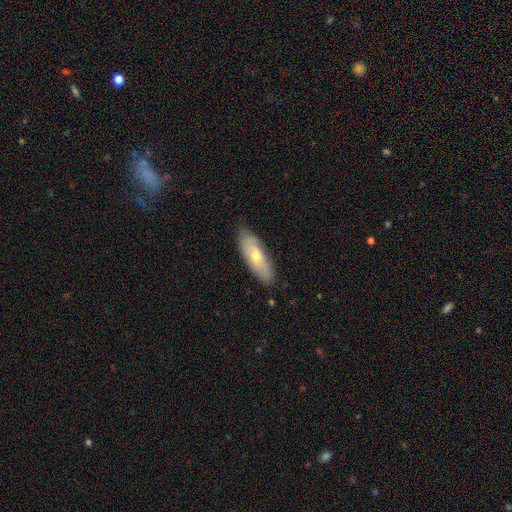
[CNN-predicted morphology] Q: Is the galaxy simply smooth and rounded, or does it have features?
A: smooth — 57%.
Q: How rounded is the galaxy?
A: in between — 63%.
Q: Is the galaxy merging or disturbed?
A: none — 81%.